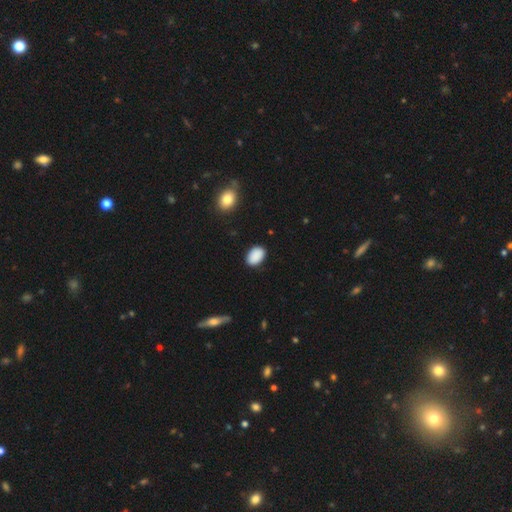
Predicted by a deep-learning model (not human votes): A smooth galaxy with no disk features (90%) that is in between round and cigar-shaped (86%).

Vote fractions:
- Smooth or featured? smooth: 90% / star or artifact: 7% / featured or disk: 3%
- How rounded? in between: 86% / round: 13% / cigar-shaped: 1%
- Merging? none: 87% / minor disturbance: 10% / major disturbance: 2% / merger: 1%